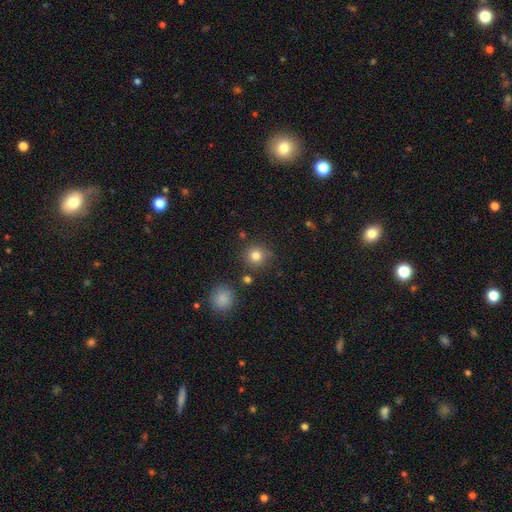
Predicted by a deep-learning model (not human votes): This appears to be a smooth galaxy with no disk features (80%) that is round (93%). Merging: none (83%).